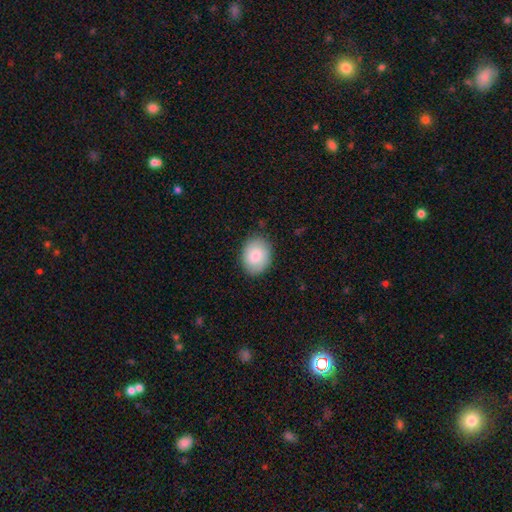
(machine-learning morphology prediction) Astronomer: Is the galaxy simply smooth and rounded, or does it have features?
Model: smooth — 80%.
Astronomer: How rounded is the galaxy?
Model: in between — 58% (runner-up: round, 41%).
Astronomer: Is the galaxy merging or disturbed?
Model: none — 84%.